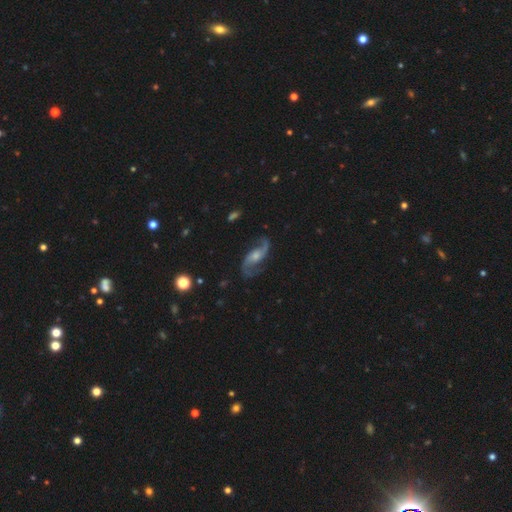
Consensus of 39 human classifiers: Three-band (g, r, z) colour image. It shows a featured or disk galaxy (95%) with no bar (56%), 2 (97%) loose (72%) spiral arms (100%) and a moderate central bulge (50%). Merging: none (76%).